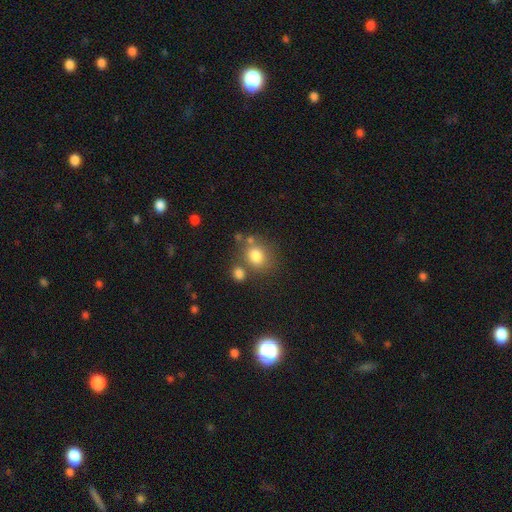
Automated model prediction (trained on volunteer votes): A smooth galaxy with no disk features (80%) that is round (69%). Merging: none (60%).